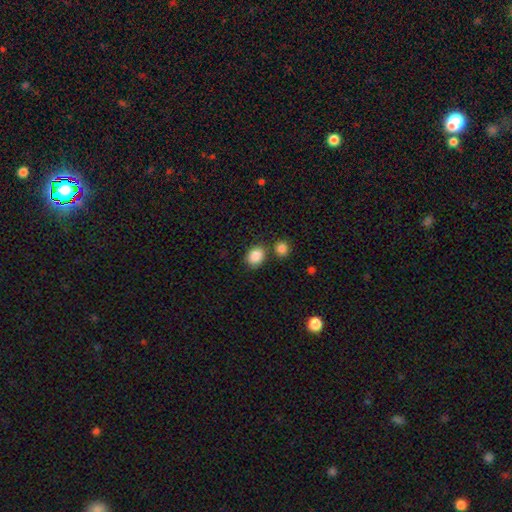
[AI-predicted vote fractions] This appears to be a smooth galaxy with no disk features (88%) that is in between round and cigar-shaped (51%). Merging: none (72%).